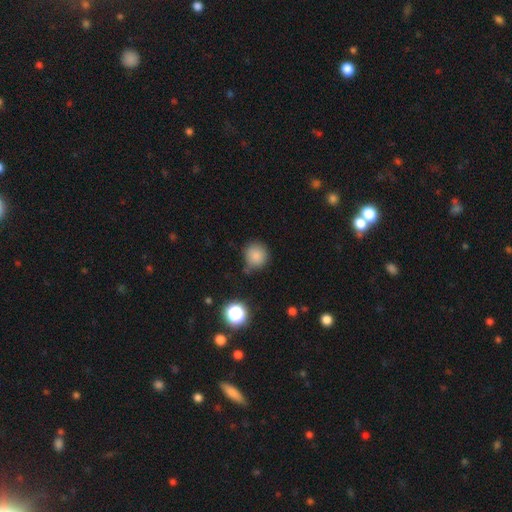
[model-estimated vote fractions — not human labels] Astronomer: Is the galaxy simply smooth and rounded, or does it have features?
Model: smooth — 83%.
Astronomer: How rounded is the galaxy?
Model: round — 89%.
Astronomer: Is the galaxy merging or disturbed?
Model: none — 71%.